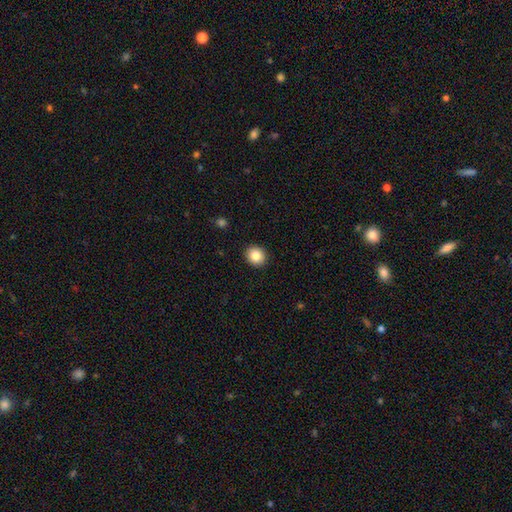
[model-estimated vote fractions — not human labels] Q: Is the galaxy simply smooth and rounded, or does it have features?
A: smooth — 84%.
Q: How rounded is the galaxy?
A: round — 79%.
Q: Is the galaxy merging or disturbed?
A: none — 92%.